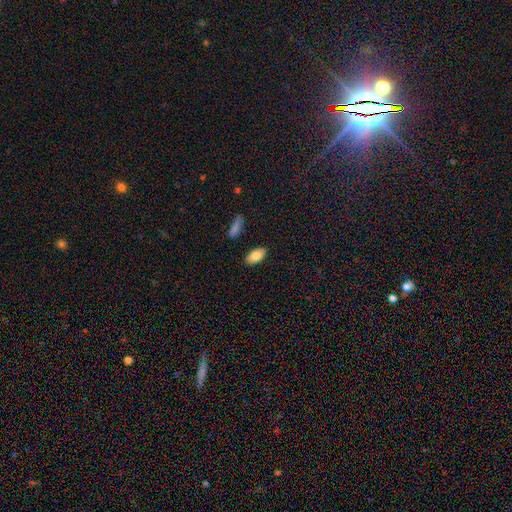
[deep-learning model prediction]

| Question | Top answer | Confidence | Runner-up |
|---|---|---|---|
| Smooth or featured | smooth | 84% | featured or disk (9%) |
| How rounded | in between | 93% | cigar-shaped (4%) |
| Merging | none | 87% | minor disturbance (9%) |